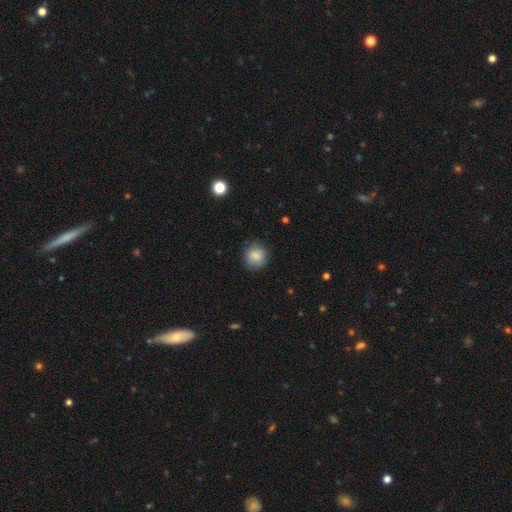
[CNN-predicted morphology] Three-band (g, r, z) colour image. It shows a smooth galaxy with no disk features (86%) that is round (88%). Merging: none (83%).